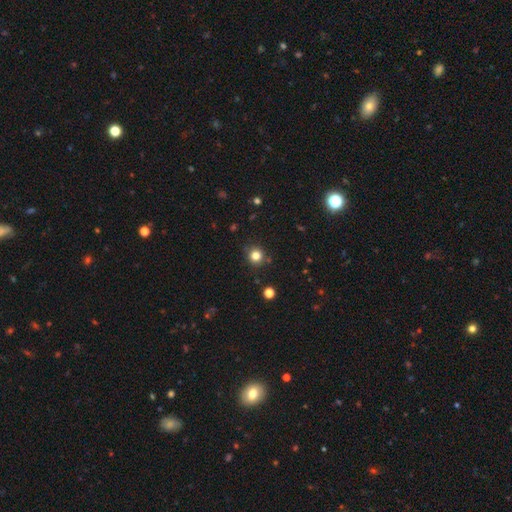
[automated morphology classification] smooth 80%, star or artifact 14%, featured or disk 5%. Down the decision tree: how rounded — round (93%); merging — none (88%).